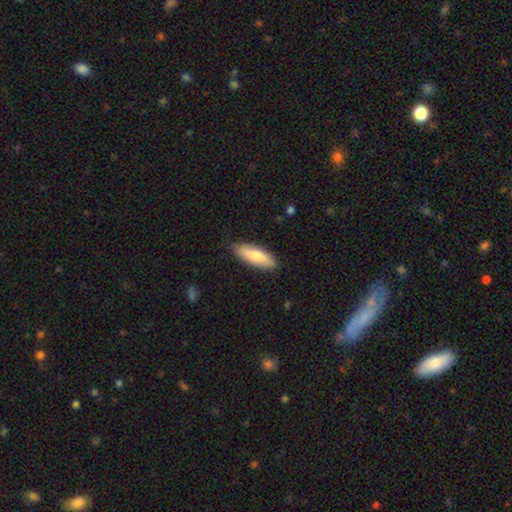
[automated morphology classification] smooth 75%, featured or disk 20%, star or artifact 5%. Down the decision tree: how rounded — in between (58%); merging — none (85%).